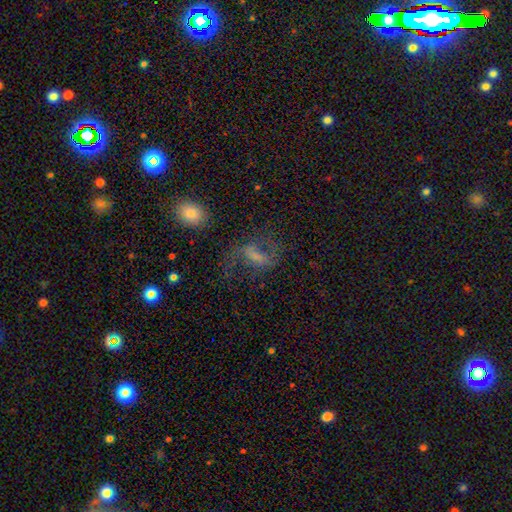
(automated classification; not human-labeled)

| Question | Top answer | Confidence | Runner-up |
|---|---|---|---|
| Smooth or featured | featured or disk | 48% | smooth (35%) |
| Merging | none | 46% | major disturbance (33%) |